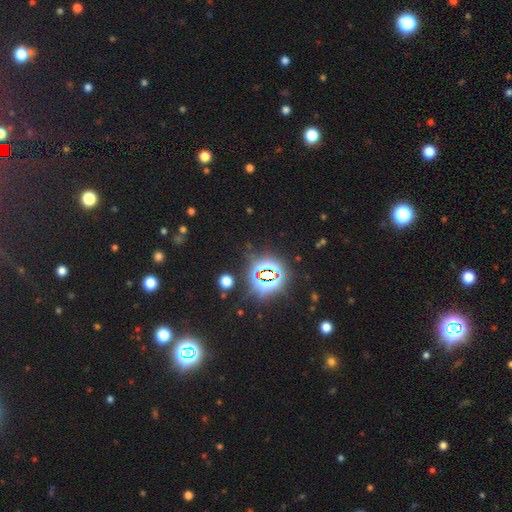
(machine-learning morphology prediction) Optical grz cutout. It shows a star or artifact, not a galaxy (79%).